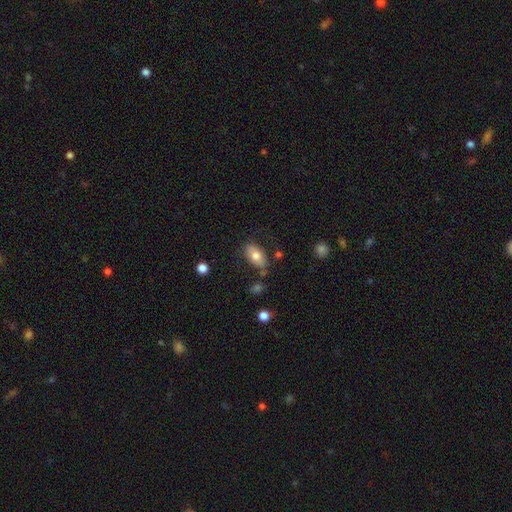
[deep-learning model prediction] This is likely a smooth galaxy (74%). How rounded: clearly in between (92%). Merging: likely none (74%).